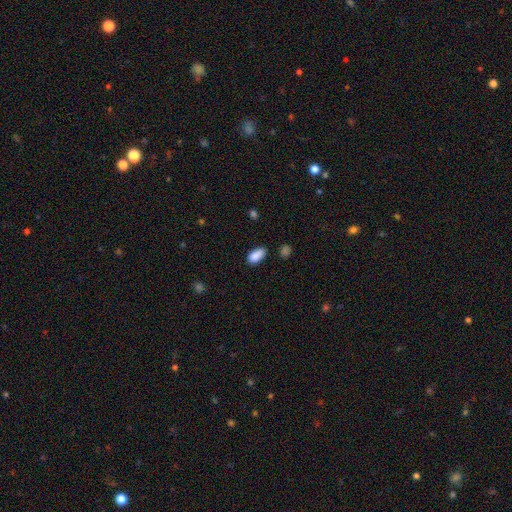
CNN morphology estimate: Smooth or featured? smooth (88%)
How rounded? in between (92%)
Merging? none (68%)